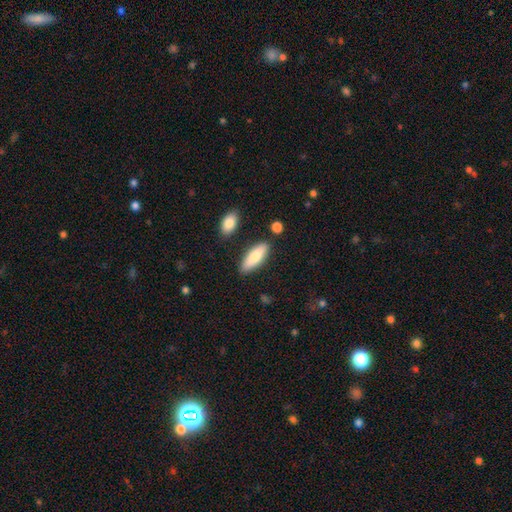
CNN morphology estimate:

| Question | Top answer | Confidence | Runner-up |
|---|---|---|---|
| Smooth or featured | smooth | 80% | featured or disk (14%) |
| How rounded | in between | 59% | cigar-shaped (39%) |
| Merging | none | 83% | minor disturbance (11%) |